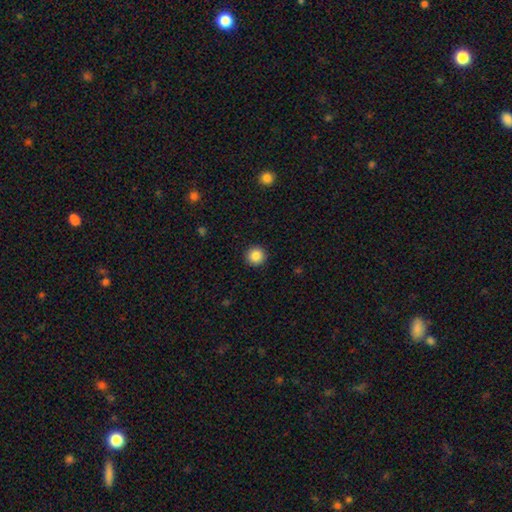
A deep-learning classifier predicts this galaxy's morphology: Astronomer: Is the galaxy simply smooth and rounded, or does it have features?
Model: smooth — 87%.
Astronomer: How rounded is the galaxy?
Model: round — 95%.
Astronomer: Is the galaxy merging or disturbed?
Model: none — 93%.